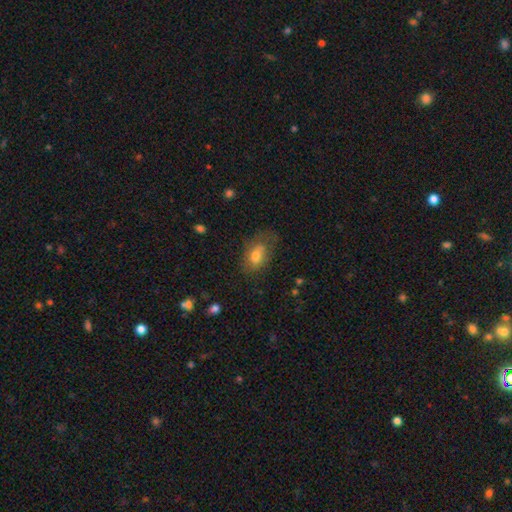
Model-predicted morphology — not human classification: This is likely a smooth galaxy (69%). How rounded: clearly in between (84%). Merging: possibly none (49%).